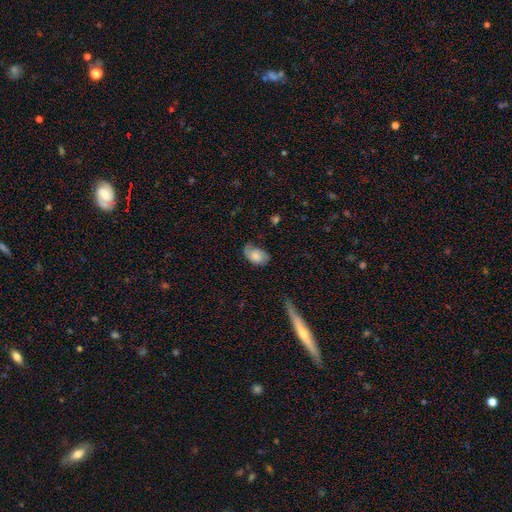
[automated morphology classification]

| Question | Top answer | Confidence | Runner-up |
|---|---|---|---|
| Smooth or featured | smooth | 55% | featured or disk (38%) |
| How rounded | in between | 87% | round (11%) |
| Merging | none | 55% | minor disturbance (31%) |